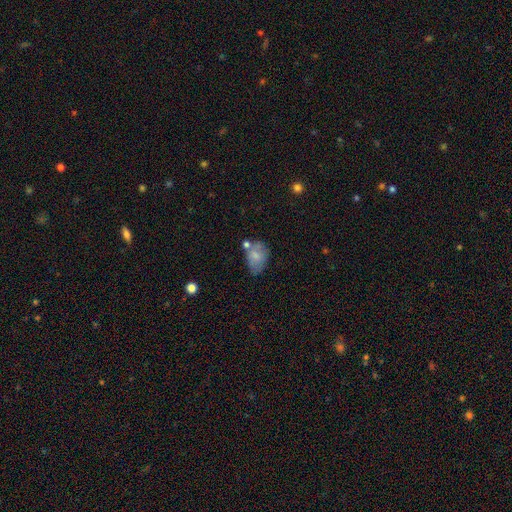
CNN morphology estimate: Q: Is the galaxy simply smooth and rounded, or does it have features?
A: smooth — 74%.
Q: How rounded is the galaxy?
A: in between — 83%.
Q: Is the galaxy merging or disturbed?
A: none — 47%.